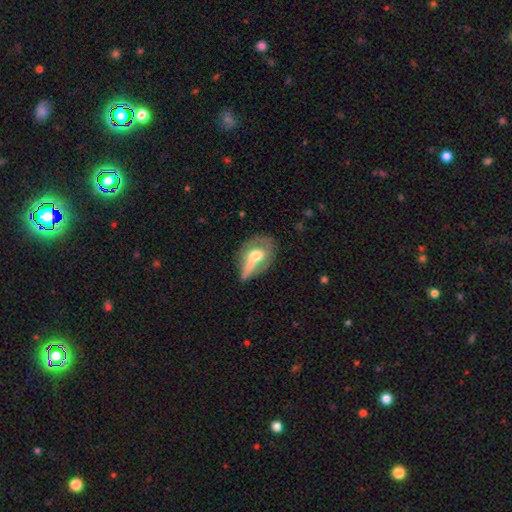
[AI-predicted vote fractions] Morphology: type=smooth (49%); merging=none (30%).